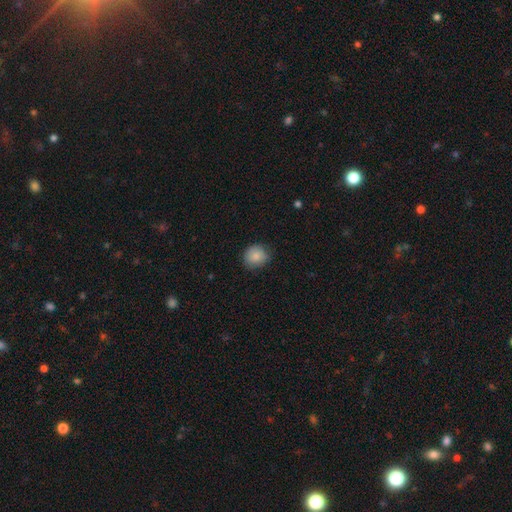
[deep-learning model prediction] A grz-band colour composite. It shows a smooth galaxy with no disk features (85%) that is round (81%). Merging: none (79%).